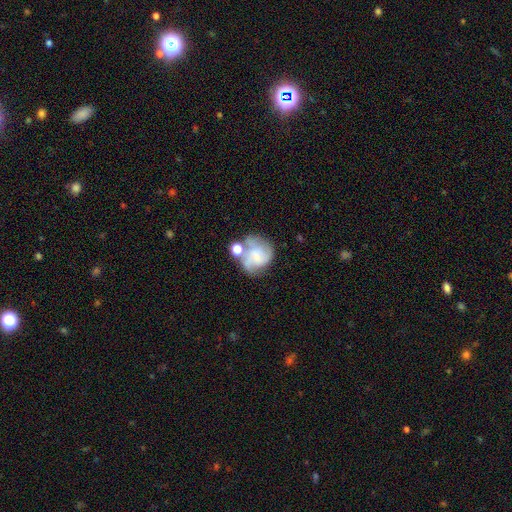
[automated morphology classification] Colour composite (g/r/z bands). It shows a featured or disk galaxy (55%) with no bar (65%), spiral arms (77%) and a small central bulge (53%). Merging: none (37%).